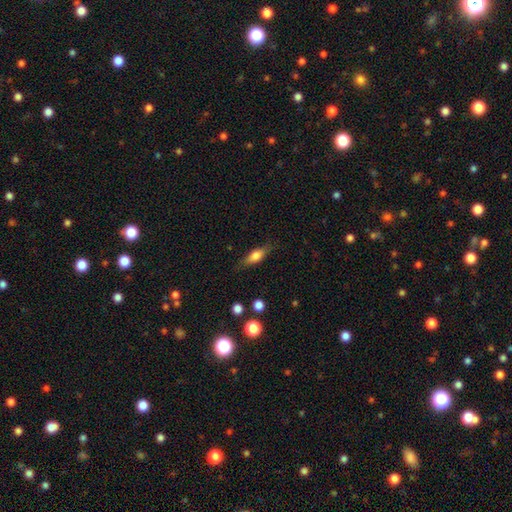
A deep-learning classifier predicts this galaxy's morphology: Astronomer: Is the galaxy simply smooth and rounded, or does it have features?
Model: smooth — 60%.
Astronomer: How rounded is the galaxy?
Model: in between — 54% (runner-up: cigar-shaped, 41%).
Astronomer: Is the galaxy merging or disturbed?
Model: none — 80%.